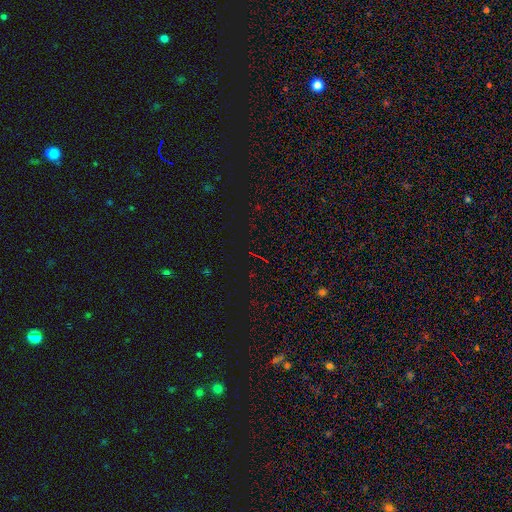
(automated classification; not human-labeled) A star or artifact, not a galaxy (75%).

Vote fractions:
- Smooth or featured? star or artifact: 75% / smooth: 13% / featured or disk: 12%